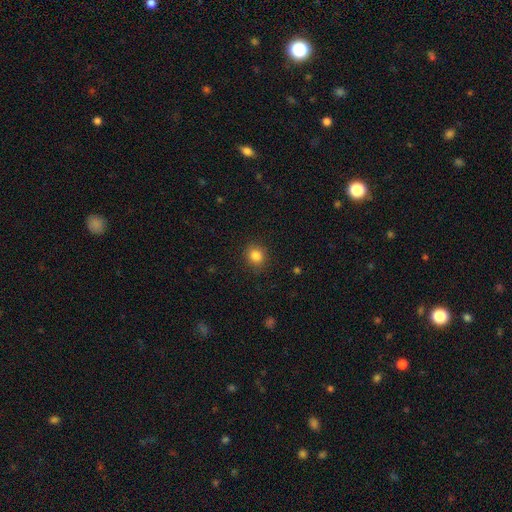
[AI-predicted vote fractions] Smooth or featured?
  - smooth: 84% *
  - star or artifact: 11%
  - featured or disk: 5%
How rounded?
  - round: 80% *
  - in between: 19%
  - cigar-shaped: 1%
Merging?
  - none: 89% *
  - minor disturbance: 8%
  - major disturbance: 3%
  - merger: 1%